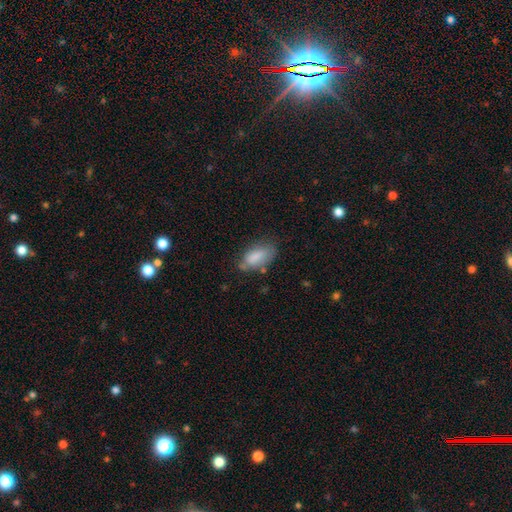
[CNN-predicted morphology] A smooth galaxy with no disk features (78%) that is in between round and cigar-shaped (89%). Merging: none (62%).